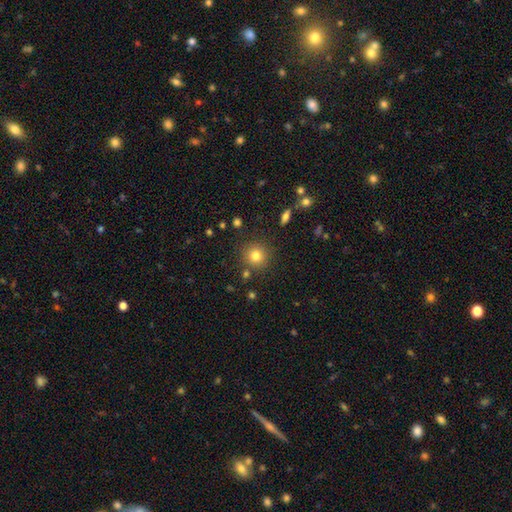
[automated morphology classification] Smooth or featured? Predicted: smooth (p=0.80). How rounded? Predicted: round (p=0.93). Merging? Predicted: none (p=0.86).